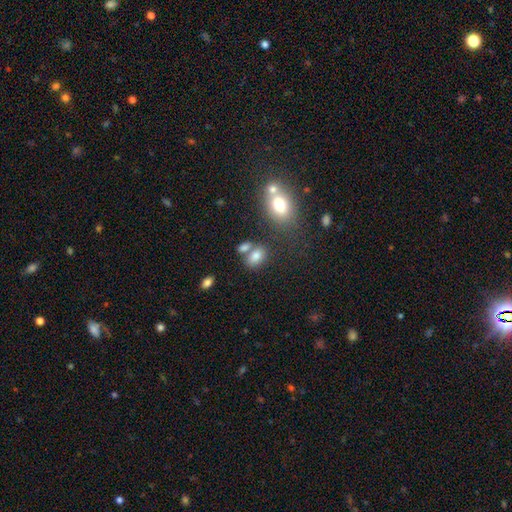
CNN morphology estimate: Smooth or featured?
  - smooth: 78% *
  - star or artifact: 12%
  - featured or disk: 10%
How rounded?
  - in between: 78% *
  - round: 20%
  - cigar-shaped: 2%
Merging?
  - none: 53% *
  - merger: 28%
  - minor disturbance: 14%
  - major disturbance: 6%